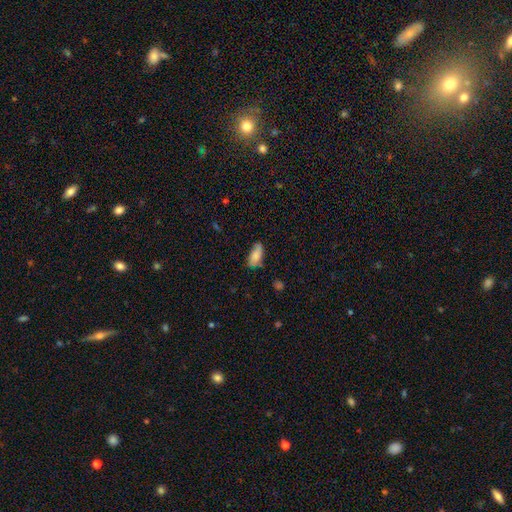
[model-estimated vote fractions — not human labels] Smooth or featured? Predicted: smooth (p=0.82). How rounded? Predicted: in between (p=0.90). Merging? Predicted: none (p=0.61).